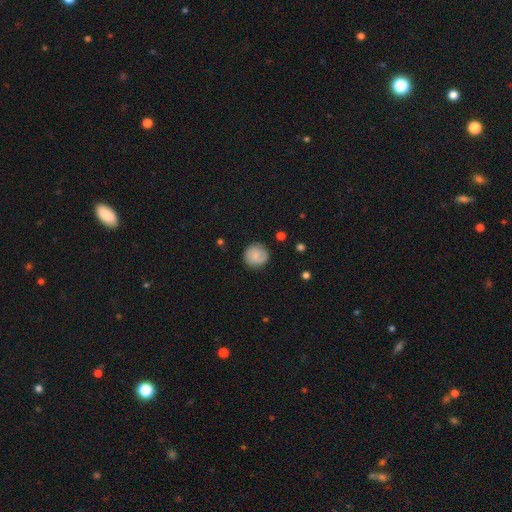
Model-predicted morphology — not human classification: This appears to be a smooth galaxy with no disk features (75%) that is round (93%). Merging: none (85%).